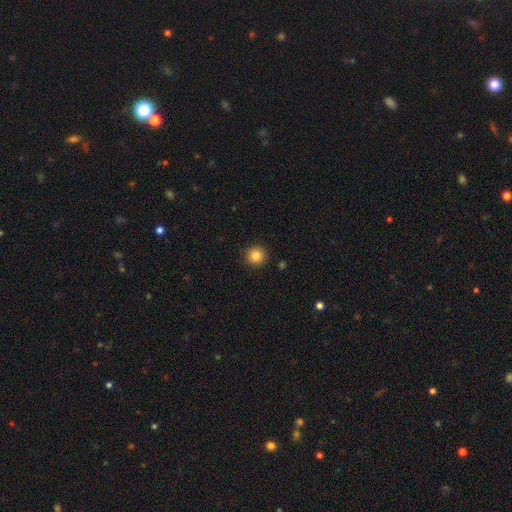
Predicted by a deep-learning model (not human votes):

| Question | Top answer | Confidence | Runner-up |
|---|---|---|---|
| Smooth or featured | smooth | 85% | star or artifact (10%) |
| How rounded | round | 95% | in between (4%) |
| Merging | none | 92% | minor disturbance (5%) |